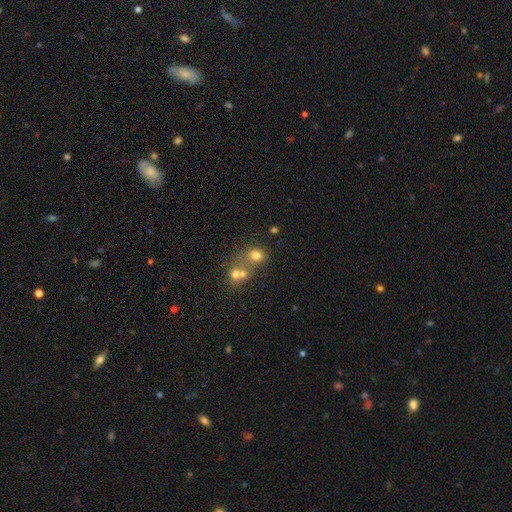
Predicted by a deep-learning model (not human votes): Q: Smooth or featured?
A: smooth (69%); runner-up: featured or disk (16%)
Q: How rounded?
A: round (62%); runner-up: in between (37%)
Q: Merging?
A: merger (48%); runner-up: none (37%)